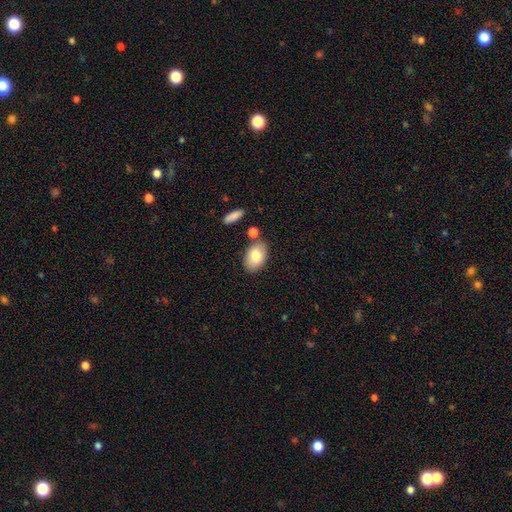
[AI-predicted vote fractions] Smooth or featured? Predicted: smooth (p=0.80). How rounded? Predicted: in between (p=0.91). Merging? Predicted: none (p=0.76).